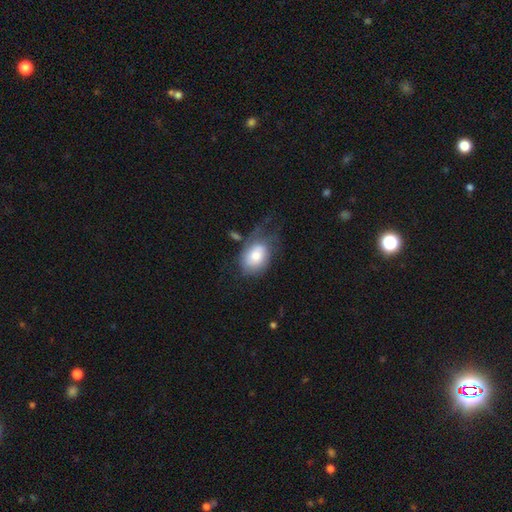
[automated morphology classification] This appears to be a smooth galaxy with no disk features (65%) that is in between round and cigar-shaped (76%). Merging: none (38%).